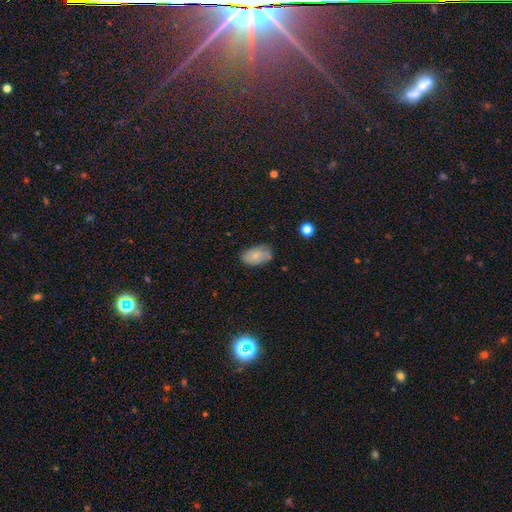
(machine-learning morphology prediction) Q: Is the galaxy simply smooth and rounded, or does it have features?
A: smooth — 72%.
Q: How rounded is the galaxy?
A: in between — 93%.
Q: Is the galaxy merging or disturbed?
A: none — 71%.